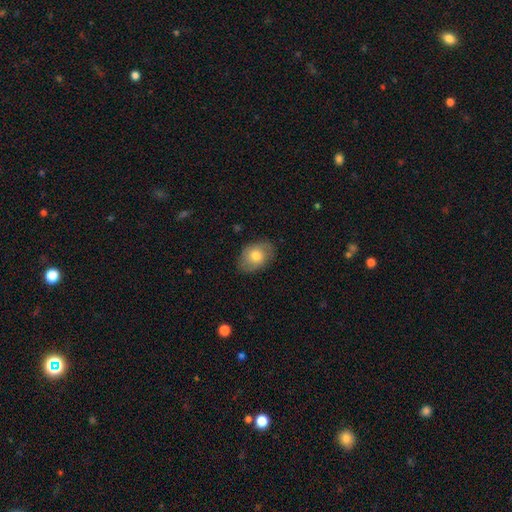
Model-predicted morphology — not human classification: This is likely a smooth galaxy (71%). How rounded: likely in between (76%). Merging: likely none (80%).